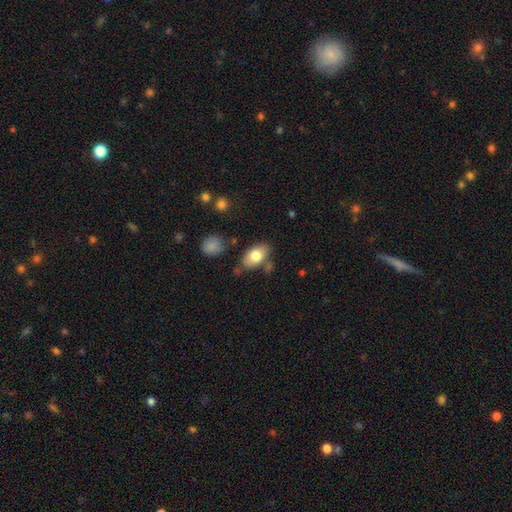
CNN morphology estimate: Smooth or featured? Predicted: smooth (p=0.77). How rounded? Predicted: in between (p=0.91). Merging? Predicted: none (p=0.71).